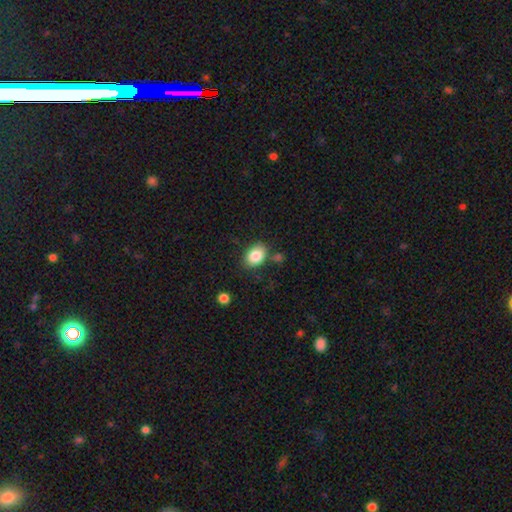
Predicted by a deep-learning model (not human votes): A smooth galaxy with no disk features (84%) that is in between round and cigar-shaped (75%). Merging: none (75%).